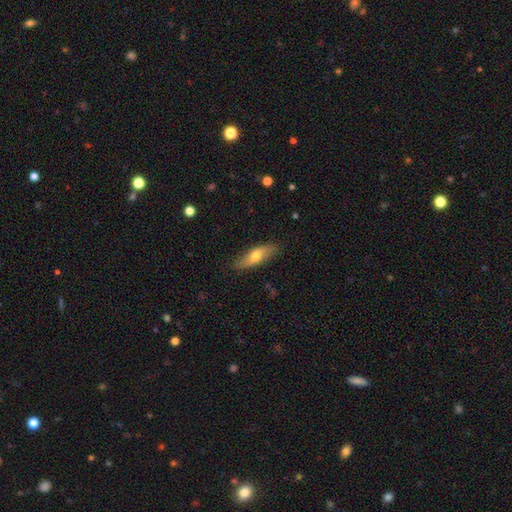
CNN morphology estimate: This is possibly a smooth galaxy (57%). How rounded: possibly in between (59%). Merging: clearly none (83%).